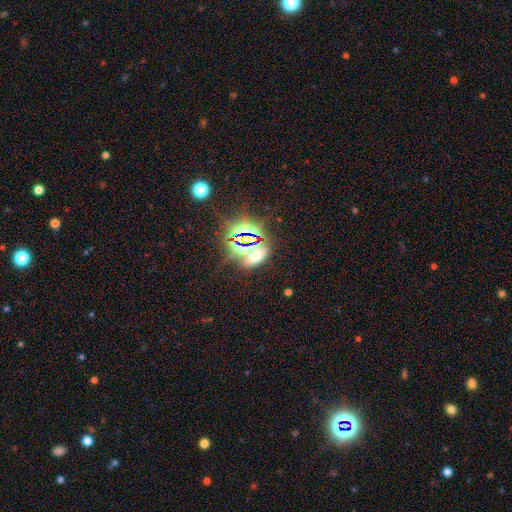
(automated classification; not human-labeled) Overall: star or artifact (48%; smooth 39%).